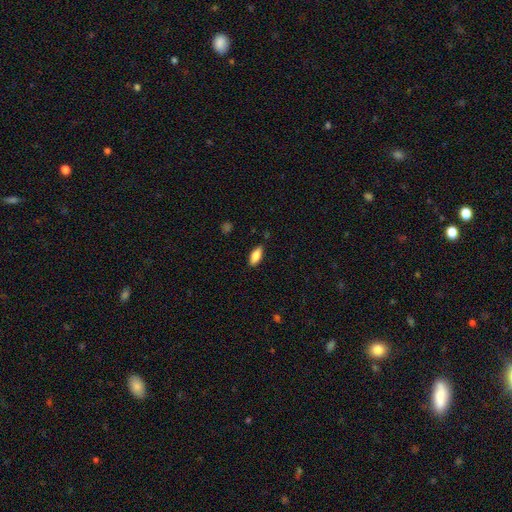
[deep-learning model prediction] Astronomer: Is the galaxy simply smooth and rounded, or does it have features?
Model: smooth — 79%.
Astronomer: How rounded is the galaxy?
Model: in between — 80%.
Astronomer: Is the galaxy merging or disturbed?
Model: none — 85%.